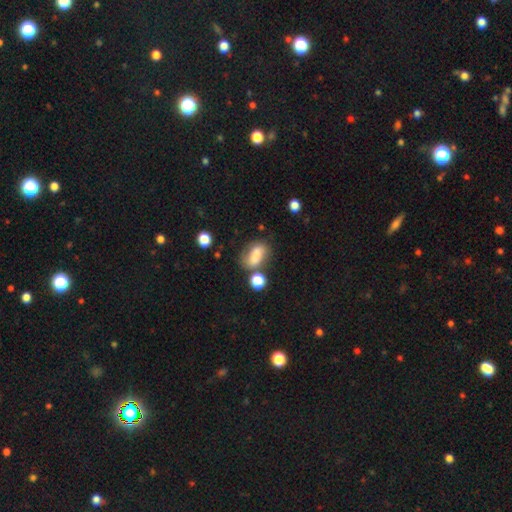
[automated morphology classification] type=smooth (69%); roundness=in between (79%); merging=none (49%).